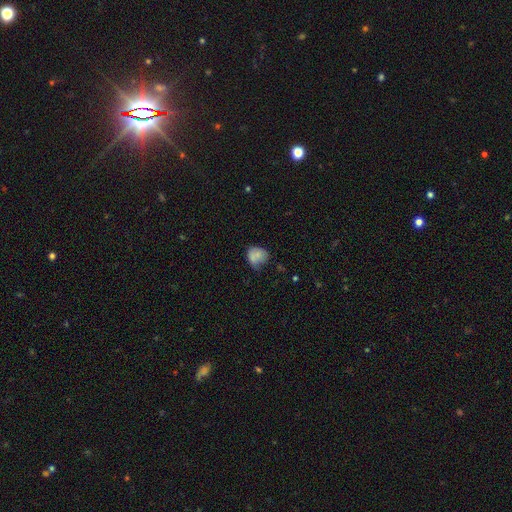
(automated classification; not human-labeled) This is likely a smooth galaxy (74%). How rounded: possibly round (55%). Merging: marginally none (41%).